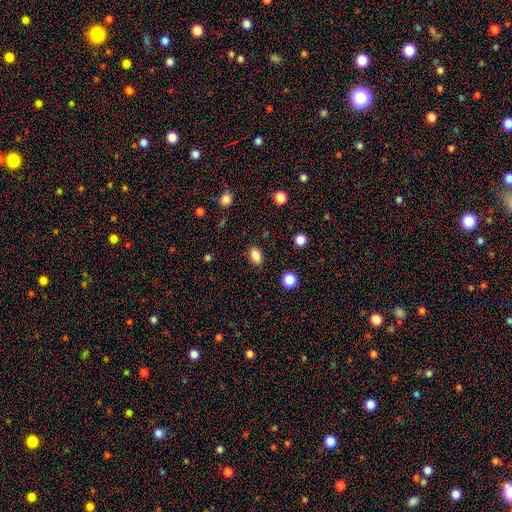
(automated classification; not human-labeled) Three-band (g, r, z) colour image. It shows a smooth galaxy with no disk features (85%) that is in between round and cigar-shaped (83%). Merging: none (87%).